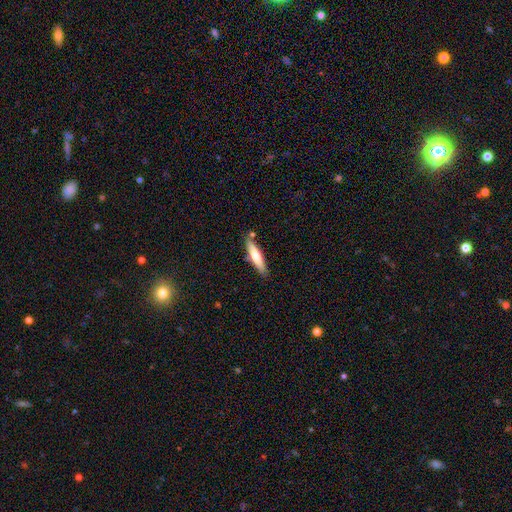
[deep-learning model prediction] Q: Smooth or featured?
A: smooth (58%); runner-up: featured or disk (36%)
Q: How rounded?
A: cigar-shaped (79%); runner-up: in between (20%)
Q: Merging?
A: none (82%); runner-up: minor disturbance (12%)